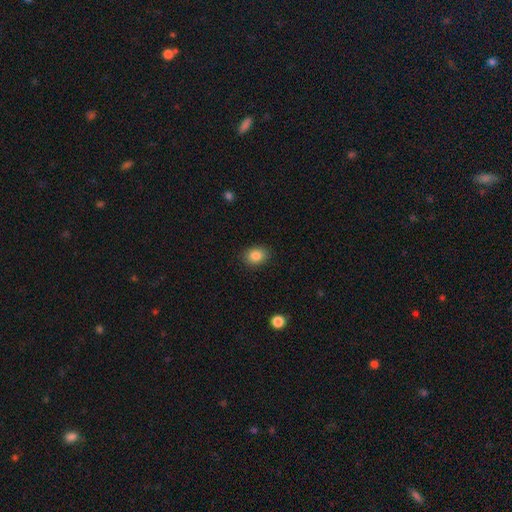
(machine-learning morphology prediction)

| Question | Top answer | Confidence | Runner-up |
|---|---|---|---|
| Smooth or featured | smooth | 86% | star or artifact (9%) |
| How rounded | in between | 61% | round (38%) |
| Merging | none | 88% | minor disturbance (9%) |